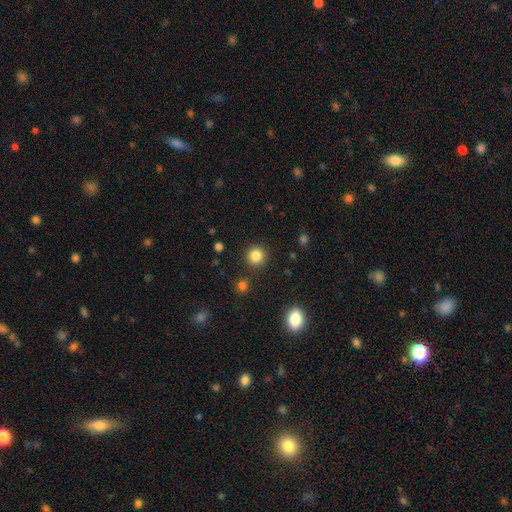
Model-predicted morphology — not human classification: A smooth galaxy with no disk features (84%) that is round (93%).

Vote fractions:
- Smooth or featured? smooth: 84% / star or artifact: 12% / featured or disk: 4%
- How rounded? round: 93% / in between: 6% / cigar-shaped: 1%
- Merging? none: 90% / minor disturbance: 6% / major disturbance: 2% / merger: 2%